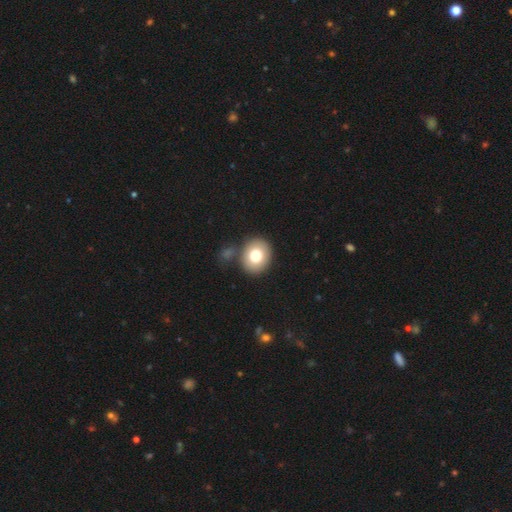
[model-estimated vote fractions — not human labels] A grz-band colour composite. It shows a smooth galaxy with no disk features (78%) that is round (59%). Merging: none (78%).